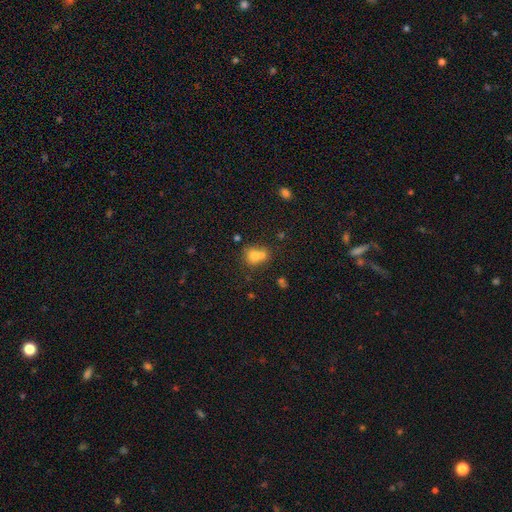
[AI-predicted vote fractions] Overall: smooth (71%). How rounded: round (67%; in between 32%). Merging: merger (55%; none 32%).